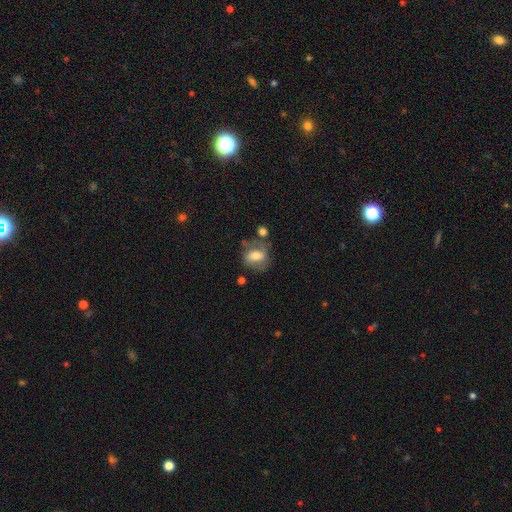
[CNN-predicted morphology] type=smooth (59%); roundness=in between (63%); merging=none (55%).